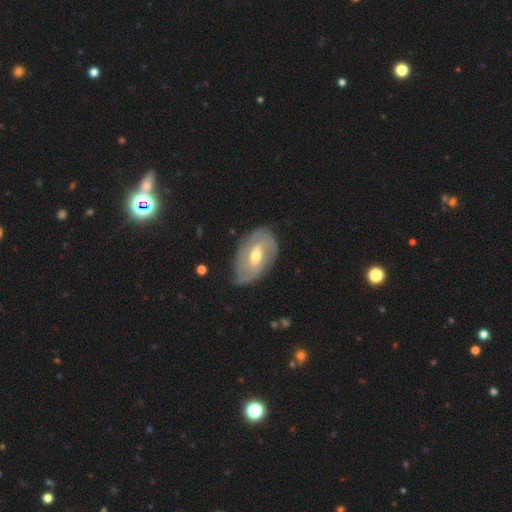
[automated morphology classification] Smooth or featured? Predicted: featured or disk (p=0.74). Edge-on disk? Predicted: no (p=0.94). Bar? Predicted: weak (p=0.51). Spiral arms? Predicted: yes (p=0.85). Spiral winding? Predicted: tight (p=0.48). Spiral arm count? Predicted: 2 (p=0.45). Bulge size? Predicted: moderate (p=0.69). Merging? Predicted: none (p=0.70).